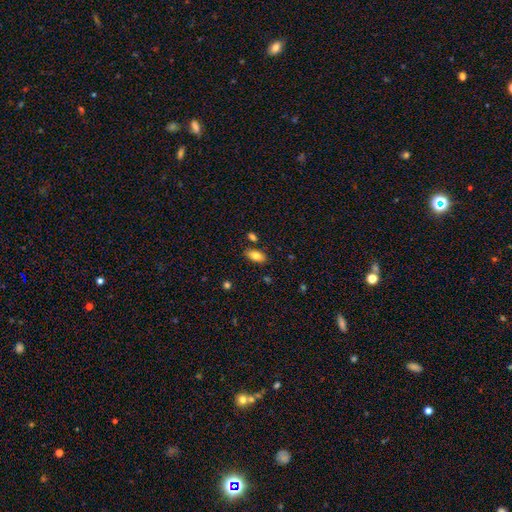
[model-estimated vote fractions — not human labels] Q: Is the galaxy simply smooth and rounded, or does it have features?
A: smooth — 80%.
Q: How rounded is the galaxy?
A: in between — 92%.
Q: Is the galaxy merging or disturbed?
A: none — 81%.